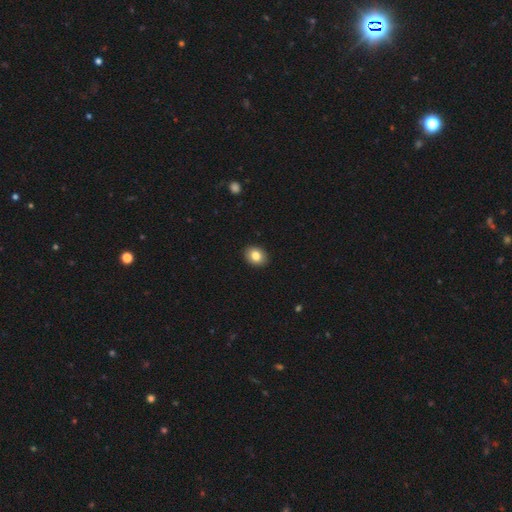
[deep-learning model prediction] This is clearly a smooth galaxy (83%). How rounded: possibly in between (57%). Merging: clearly none (91%).